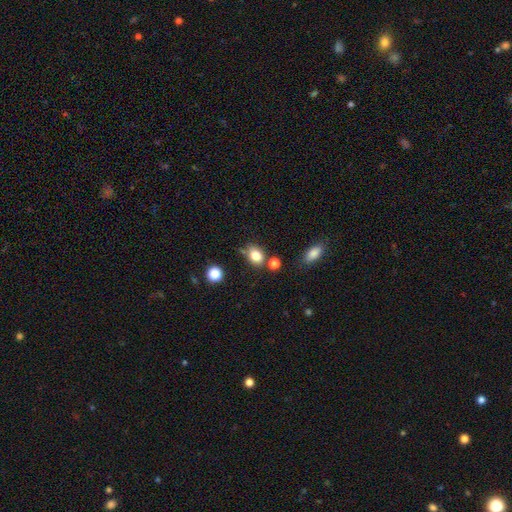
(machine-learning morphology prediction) A smooth galaxy with no disk features (81%) that is in between round and cigar-shaped (61%).

Vote fractions:
- Smooth or featured? smooth: 81% / star or artifact: 11% / featured or disk: 8%
- How rounded? in between: 61% / round: 38% / cigar-shaped: 1%
- Merging? none: 65% / minor disturbance: 18% / merger: 12% / major disturbance: 5%